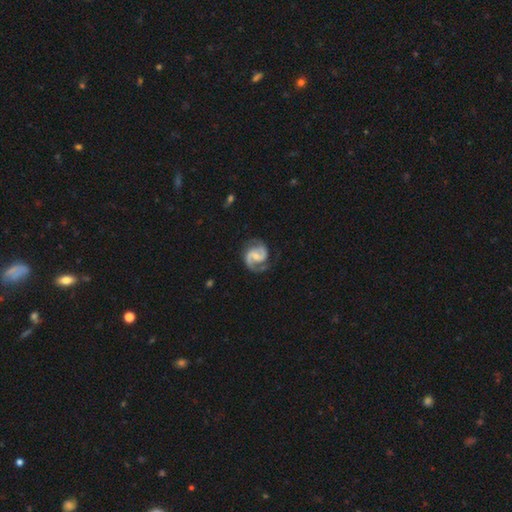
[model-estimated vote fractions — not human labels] smooth_or_featured: featured or disk (p=0.92) [alt: smooth p=0.05]
disk_edge_on: no (p=0.98) [alt: yes p=0.02]
bar: weak (p=0.48) [alt: no p=0.33]
has_spiral_arms: yes (p=0.98) [alt: no p=0.02]
spiral_winding: medium (p=0.59) [alt: tight p=0.25]
spiral_arm_count: 2 (p=0.93) [alt: can't tell p=0.02]
bulge_size: small (p=0.50) [alt: moderate p=0.36]
merging: none (p=0.79) [alt: minor disturbance p=0.15]